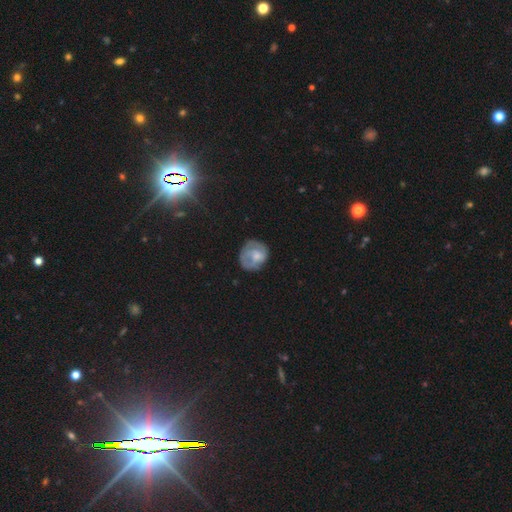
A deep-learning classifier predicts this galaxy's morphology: smooth-or-featured: smooth: 54% | featured or disk: 38% | star or artifact: 8%
  how-rounded: round: 73% | in between: 26% | cigar-shaped: 1%
  merging: none: 58% | minor disturbance: 26% | major disturbance: 14% | merger: 2%